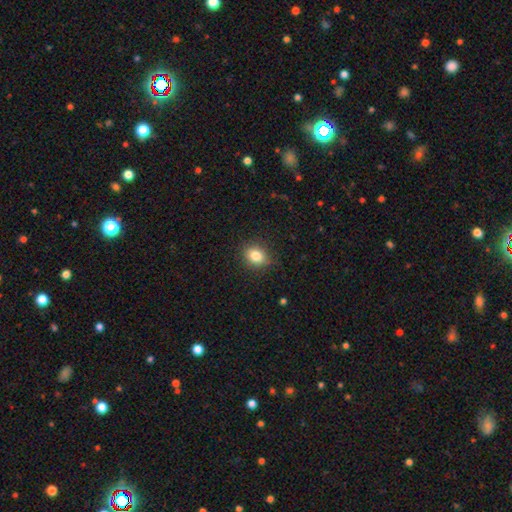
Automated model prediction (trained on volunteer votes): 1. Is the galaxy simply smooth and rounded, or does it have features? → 83% smooth, 11% star or artifact, 7% featured or disk.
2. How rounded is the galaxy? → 56% round, 43% in between, 1% cigar-shaped.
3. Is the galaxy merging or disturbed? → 85% none, 12% minor disturbance, 3% major disturbance, 1% merger.